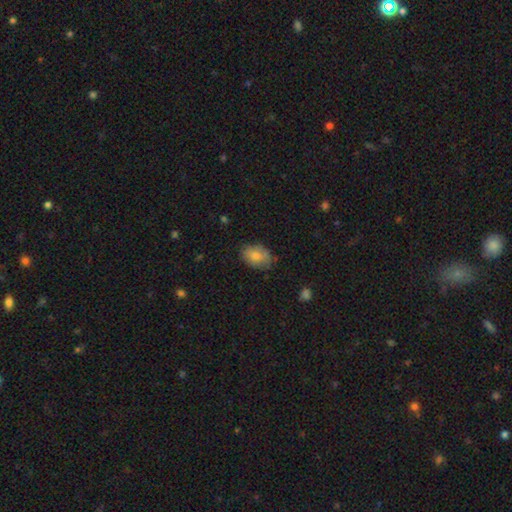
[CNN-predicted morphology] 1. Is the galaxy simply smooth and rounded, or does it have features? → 76% smooth, 16% featured or disk, 8% star or artifact.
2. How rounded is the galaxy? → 80% in between, 19% round, 1% cigar-shaped.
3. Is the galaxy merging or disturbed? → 75% none, 20% minor disturbance, 4% major disturbance, 1% merger.